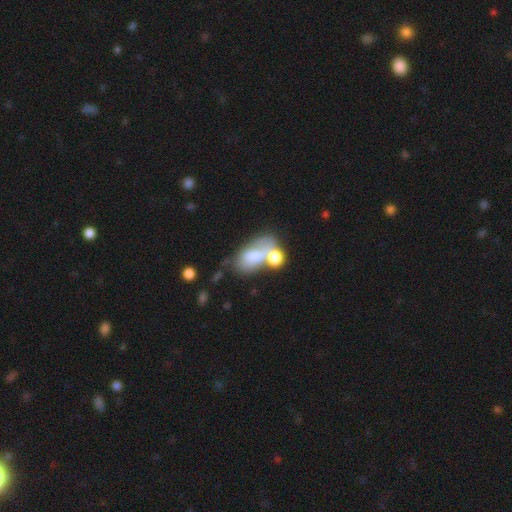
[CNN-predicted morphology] smooth 63%, featured or disk 26%, star or artifact 11%. Down the decision tree: how rounded — in between (86%); merging — merger (45%).